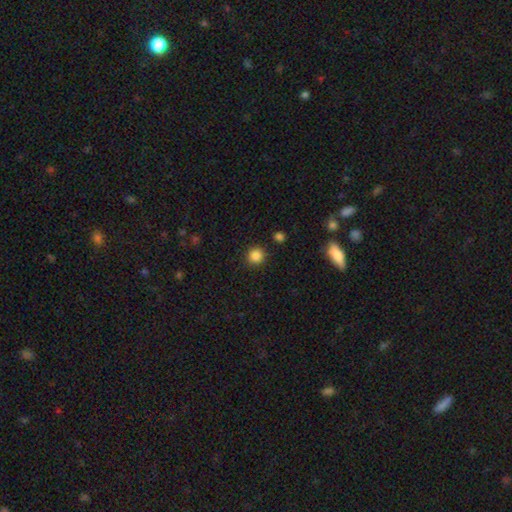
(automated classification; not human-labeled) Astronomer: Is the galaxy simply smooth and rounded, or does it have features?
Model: smooth — 85%.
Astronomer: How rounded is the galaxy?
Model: round — 93%.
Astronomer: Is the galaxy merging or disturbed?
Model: none — 90%.